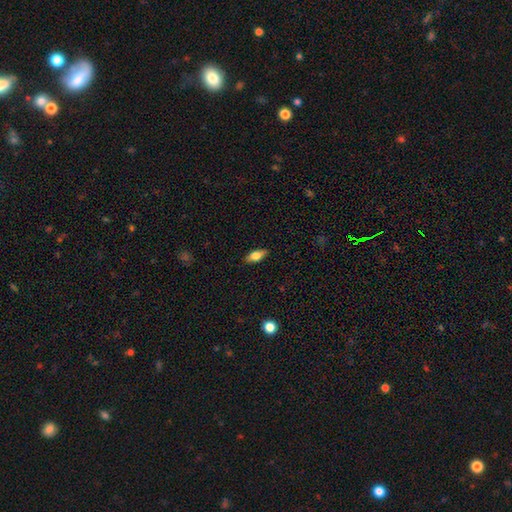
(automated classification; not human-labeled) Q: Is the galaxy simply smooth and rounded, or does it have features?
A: smooth — 68%.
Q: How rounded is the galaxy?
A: in between — 79%.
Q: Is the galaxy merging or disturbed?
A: none — 88%.